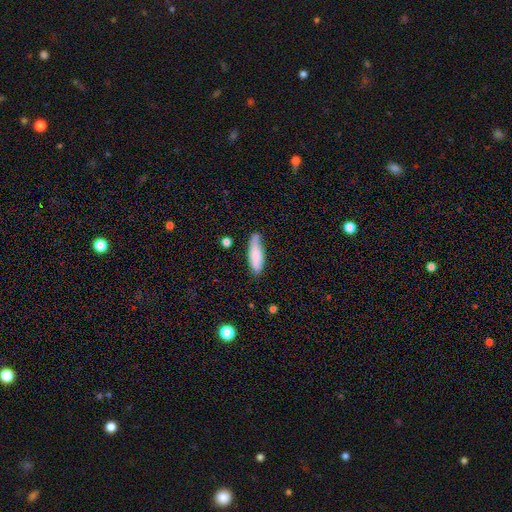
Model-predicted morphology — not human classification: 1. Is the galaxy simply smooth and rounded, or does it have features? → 81% smooth, 13% featured or disk, 6% star or artifact.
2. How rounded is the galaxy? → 52% in between, 46% cigar-shaped, 2% round.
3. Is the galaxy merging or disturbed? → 62% none, 28% minor disturbance, 6% major disturbance, 4% merger.